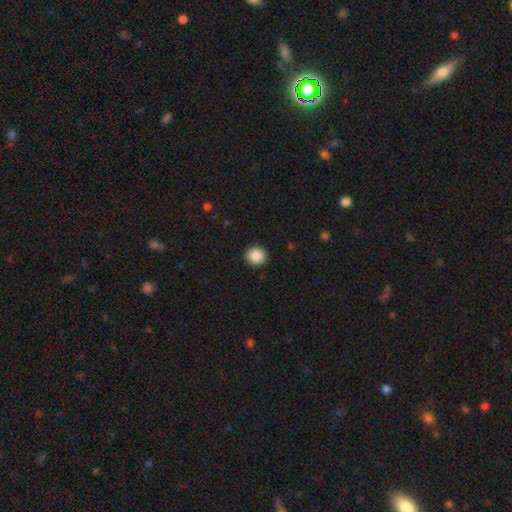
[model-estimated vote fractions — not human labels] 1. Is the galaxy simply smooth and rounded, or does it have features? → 88% smooth, 9% star or artifact, 3% featured or disk.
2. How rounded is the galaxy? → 92% round, 7% in between, 1% cigar-shaped.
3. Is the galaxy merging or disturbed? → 92% none, 5% minor disturbance, 2% major disturbance, 1% merger.